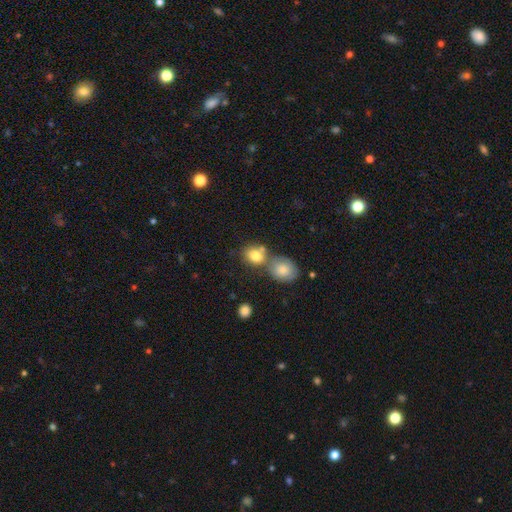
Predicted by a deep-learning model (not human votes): A smooth galaxy with no disk features (81%) that is in between round and cigar-shaped (53%).

Vote fractions:
- Smooth or featured? smooth: 81% / featured or disk: 10% / star or artifact: 9%
- How rounded? in between: 53% / round: 45% / cigar-shaped: 1%
- Merging? none: 43% / merger: 42% / minor disturbance: 11% / major disturbance: 4%